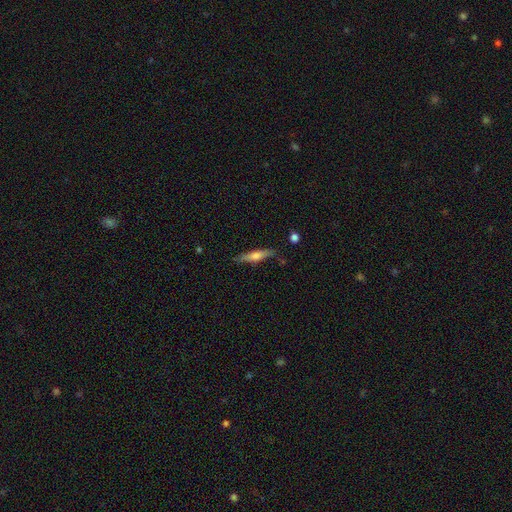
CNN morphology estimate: smooth_or_featured: smooth (p=0.47) [tied with: featured or disk p=0.47]
merging: none (p=0.80) [alt: minor disturbance p=0.14]